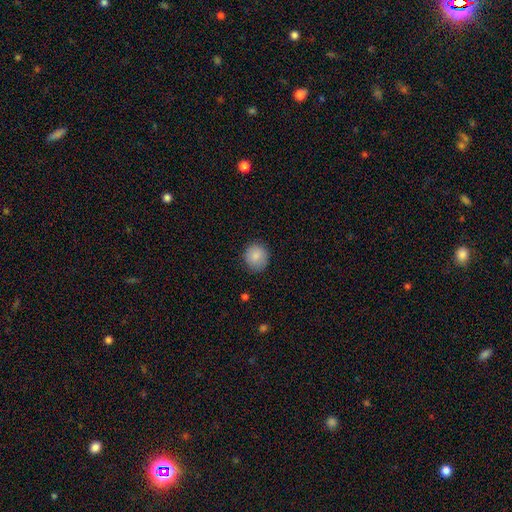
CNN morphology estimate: smooth 87%, star or artifact 8%, featured or disk 6%. Down the decision tree: how rounded — round (87%); merging — none (86%).